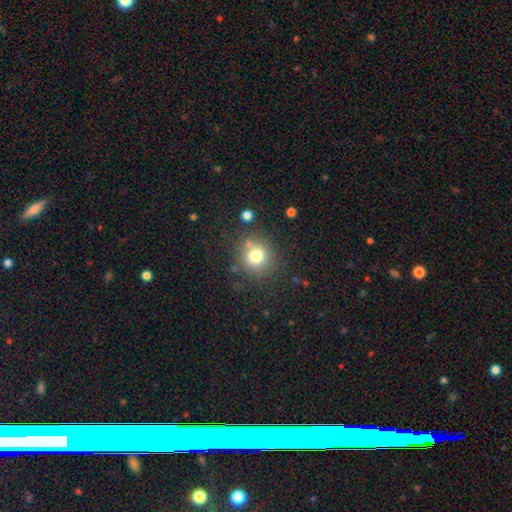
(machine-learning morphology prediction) Overall: smooth (76%). How rounded: round (88%). Merging: none (75%).